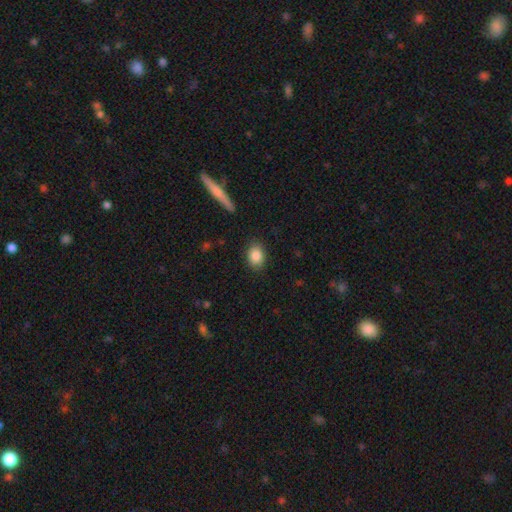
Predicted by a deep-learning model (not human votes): Overall: smooth (87%). How rounded: in between (64%; round 35%). Merging: none (86%).